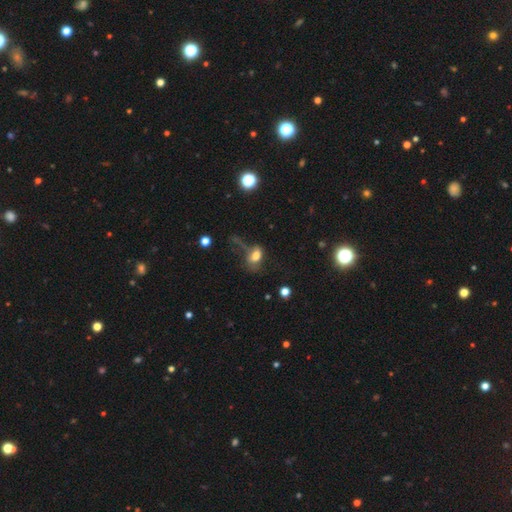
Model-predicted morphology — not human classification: smooth_or_featured: smooth (p=0.69) [alt: featured or disk p=0.18]
how_rounded: in between (p=0.80) [alt: round p=0.17]
merging: major disturbance (p=0.36) [alt: none p=0.32]